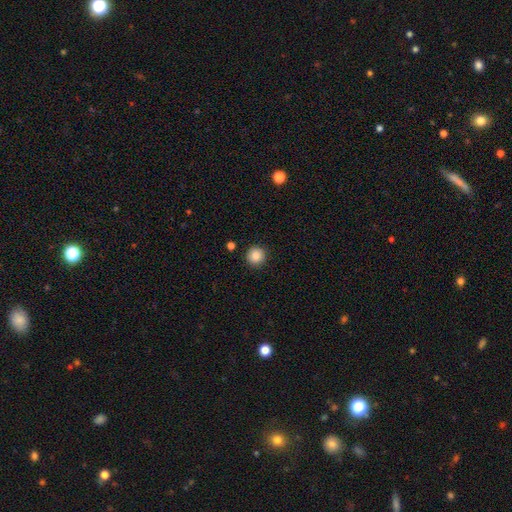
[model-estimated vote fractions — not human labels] smooth 86%, star or artifact 9%, featured or disk 4%. Down the decision tree: how rounded — round (94%); merging — none (91%).